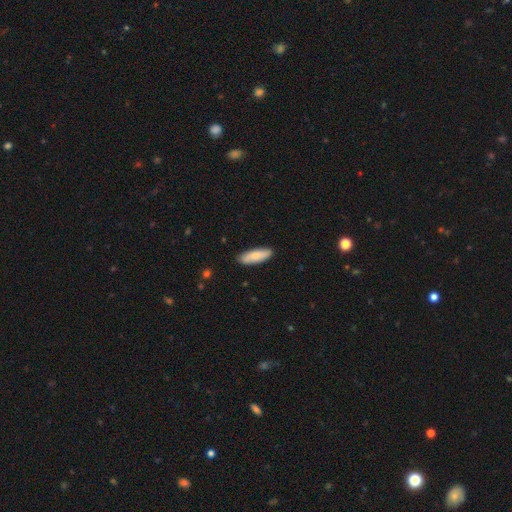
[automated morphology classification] smooth 79%, featured or disk 15%, star or artifact 5%. Down the decision tree: how rounded — in between (56%); merging — none (88%).